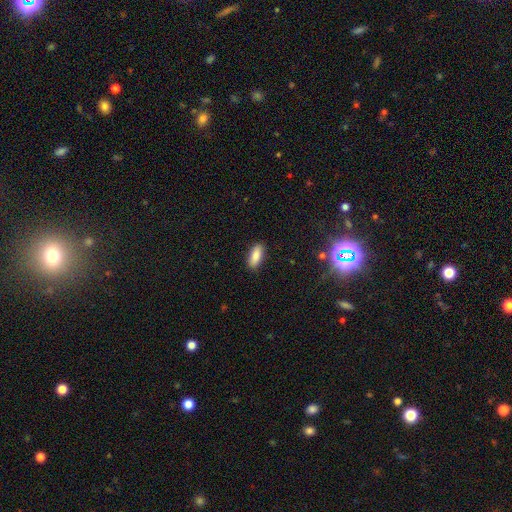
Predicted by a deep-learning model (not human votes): Smooth or featured: smooth — 86% (star or artifact — 7%)
How rounded: in between — 83% (cigar-shaped — 15%)
Merging: none — 88% (minor disturbance — 8%)